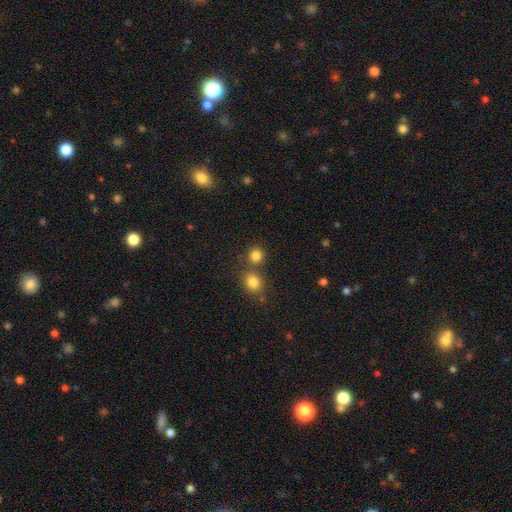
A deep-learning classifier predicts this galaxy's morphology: Smooth or featured? Predicted: smooth (p=0.82). How rounded? Predicted: round (p=0.83). Merging? Predicted: none (p=0.64).